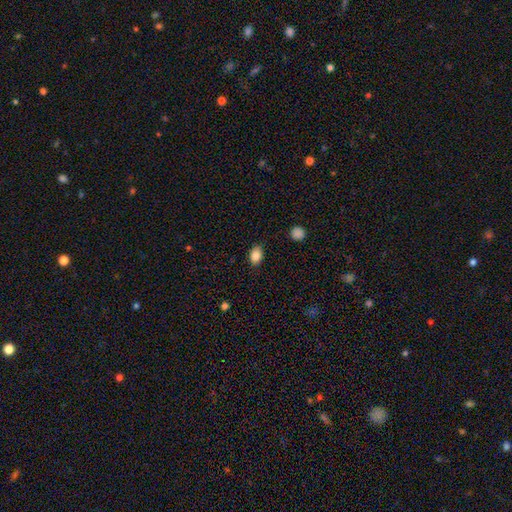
Smooth or featured?
  - smooth: 90% *
  - featured or disk: 5%
  - star or artifact: 5%
How rounded?
  - in between: 75% *
  - round: 25%
  - cigar-shaped: 0%
Merging?
  - none: 82% *
  - minor disturbance: 13%
  - major disturbance: 3%
  - merger: 3%